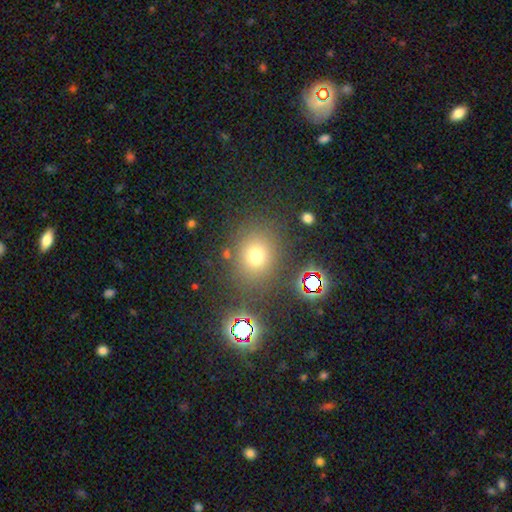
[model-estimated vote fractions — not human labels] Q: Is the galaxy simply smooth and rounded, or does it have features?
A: smooth — 66%.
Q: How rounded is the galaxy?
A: round — 70%.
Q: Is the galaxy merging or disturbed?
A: none — 80%.